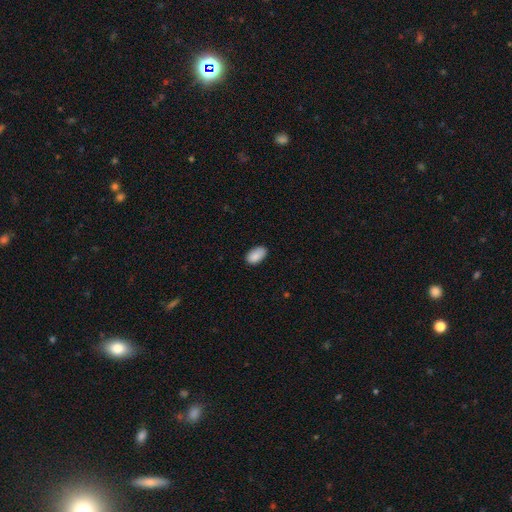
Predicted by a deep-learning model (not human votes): Smooth or featured?
  - smooth: 89% *
  - star or artifact: 7%
  - featured or disk: 4%
How rounded?
  - in between: 94% *
  - round: 5%
  - cigar-shaped: 1%
Merging?
  - none: 82% *
  - minor disturbance: 15%
  - major disturbance: 2%
  - merger: 1%